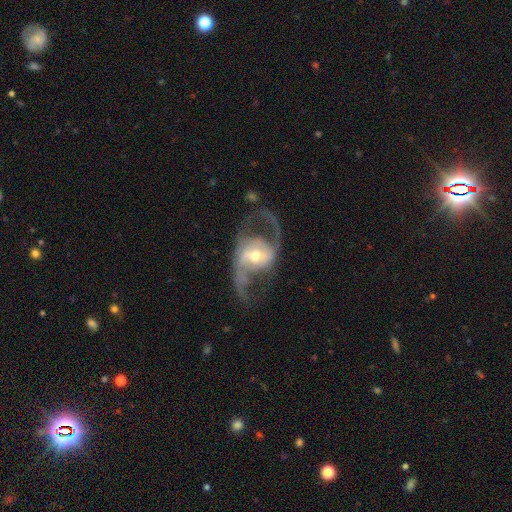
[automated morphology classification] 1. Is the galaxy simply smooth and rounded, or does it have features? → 87% featured or disk, 8% smooth, 5% star or artifact.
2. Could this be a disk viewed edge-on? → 96% no, 4% yes.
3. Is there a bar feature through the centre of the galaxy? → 38% weak, 33% no, 29% strong.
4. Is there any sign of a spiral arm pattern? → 93% yes, 7% no.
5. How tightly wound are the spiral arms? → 56% loose, 37% medium, 7% tight.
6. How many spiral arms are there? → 91% 2, 3% can't tell, 2% 1, 2% 3, 1% 4, 1% more than 4.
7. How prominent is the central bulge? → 53% moderate, 39% small, 5% large, 1% dominant, 1% none.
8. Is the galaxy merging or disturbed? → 62% none, 20% major disturbance, 15% minor disturbance, 3% merger.